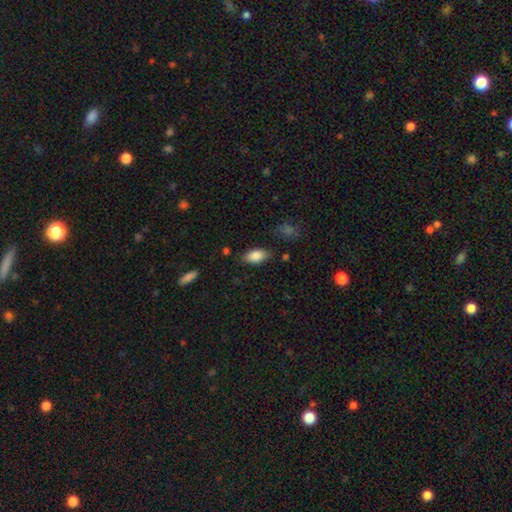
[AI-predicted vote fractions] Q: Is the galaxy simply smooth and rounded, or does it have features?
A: smooth — 85%.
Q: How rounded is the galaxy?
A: in between — 91%.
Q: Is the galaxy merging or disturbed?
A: none — 81%.